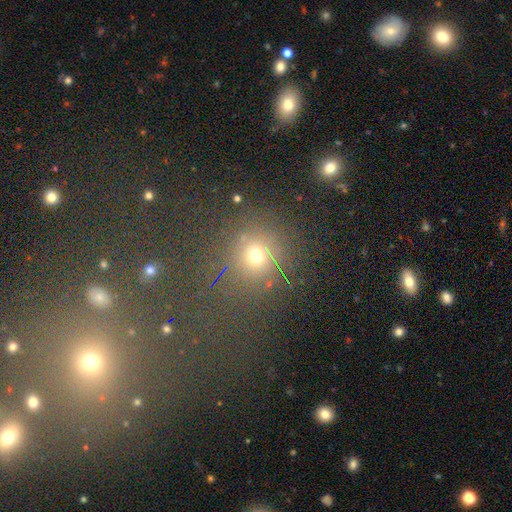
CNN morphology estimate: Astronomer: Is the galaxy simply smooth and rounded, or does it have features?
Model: smooth — 60%.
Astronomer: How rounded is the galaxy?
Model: round — 85%.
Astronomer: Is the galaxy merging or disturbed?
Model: none — 79%.